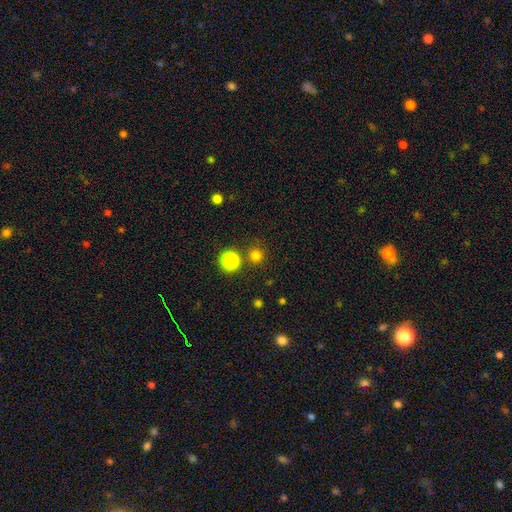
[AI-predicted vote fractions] smooth_or_featured: smooth (p=0.76) [alt: star or artifact p=0.19]
how_rounded: round (p=0.94) [alt: in between p=0.05]
merging: none (p=0.82) [alt: merger p=0.08]